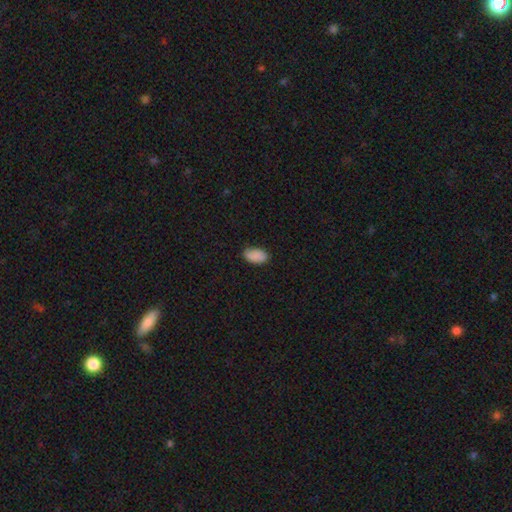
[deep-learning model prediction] The model was most divided on "merging": none: 82%, minor disturbance: 15%, major disturbance: 3%, merger: 1%. More confident: how rounded — in between (94%); smooth or featured — smooth (89%).